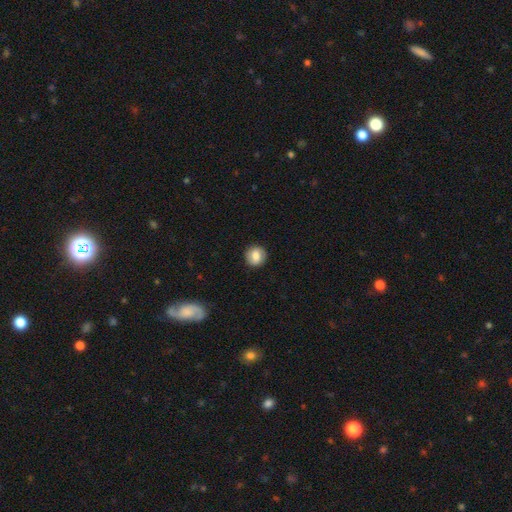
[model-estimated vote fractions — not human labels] The model was most divided on "smooth or featured": smooth: 77%, featured or disk: 14%, star or artifact: 8%. More confident: merging — none (90%); how rounded — round (88%).